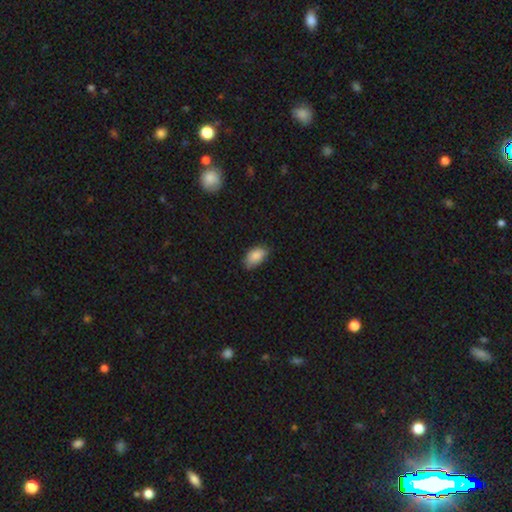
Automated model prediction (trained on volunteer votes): This appears to be a smooth galaxy with no disk features (87%) that is in between round and cigar-shaped (93%). Merging: none (69%).